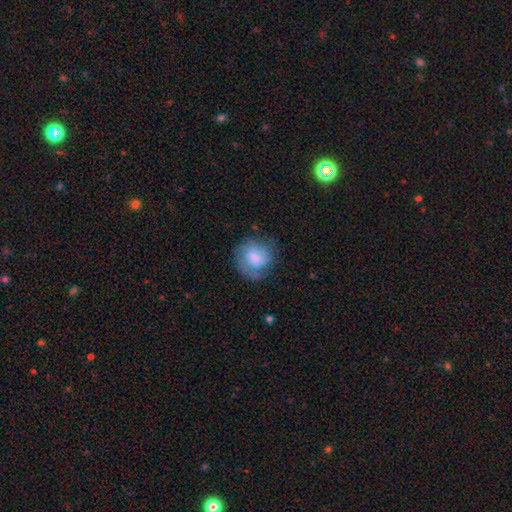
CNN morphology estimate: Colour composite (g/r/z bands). It shows a smooth galaxy with no disk features (57%) that is round (79%). Merging: none (60%).